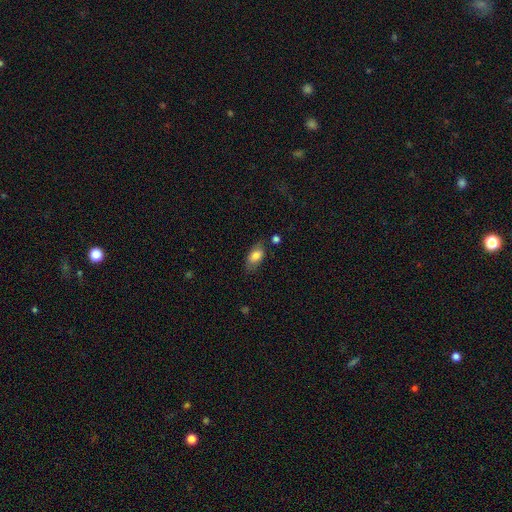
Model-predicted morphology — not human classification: smooth-or-featured: smooth: 78% | featured or disk: 15% | star or artifact: 7%
  how-rounded: in between: 90% | round: 6% | cigar-shaped: 5%
  merging: none: 70% | minor disturbance: 20% | major disturbance: 5% | merger: 4%